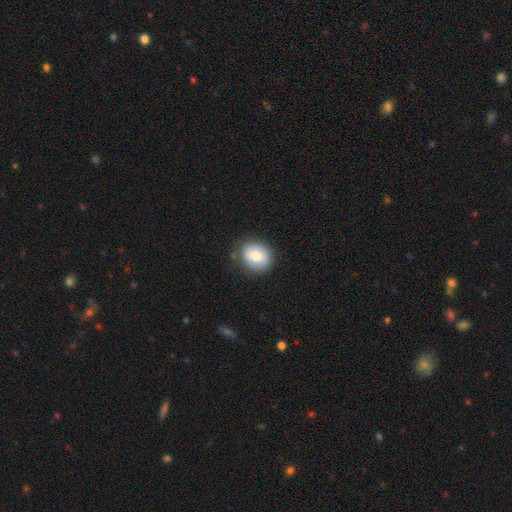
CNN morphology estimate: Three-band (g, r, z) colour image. It shows a smooth galaxy with no disk features (78%) that is round (69%). Merging: none (83%).